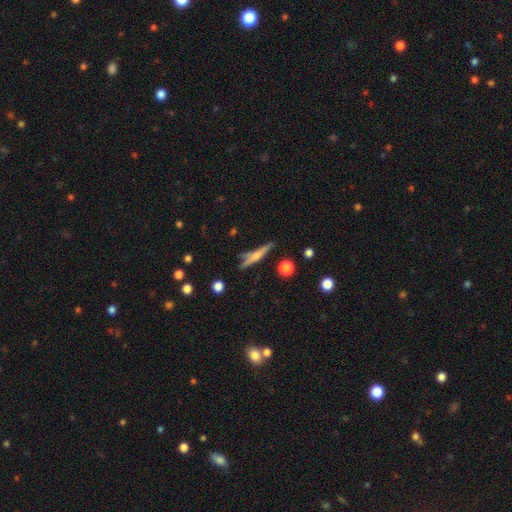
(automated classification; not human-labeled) Smooth or featured: featured or disk — 47% (smooth — 45%)
Merging: none — 72% (minor disturbance — 17%)